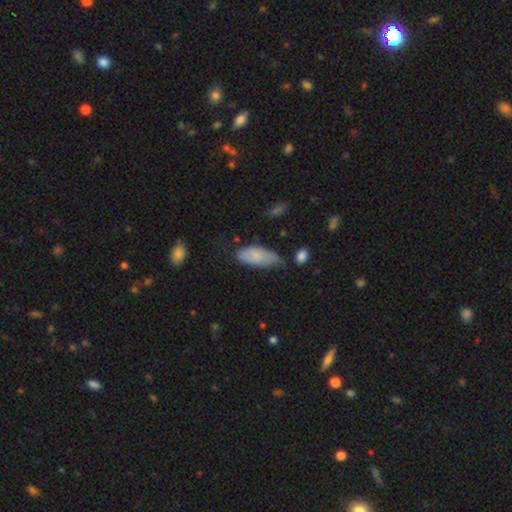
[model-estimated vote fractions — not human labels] Q: Smooth or featured?
A: smooth (80%); runner-up: featured or disk (13%)
Q: How rounded?
A: in between (84%); runner-up: cigar-shaped (14%)
Q: Merging?
A: minor disturbance (43%); runner-up: none (39%)